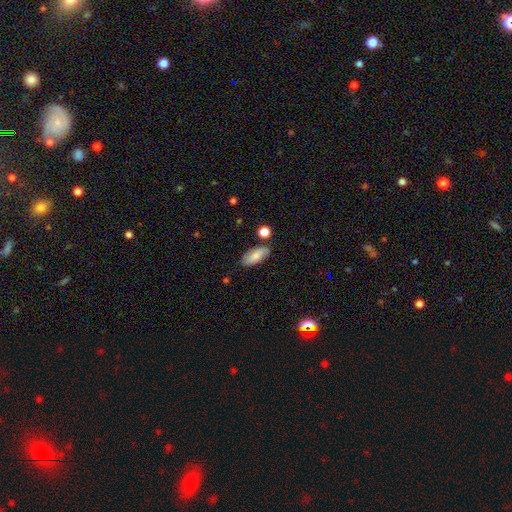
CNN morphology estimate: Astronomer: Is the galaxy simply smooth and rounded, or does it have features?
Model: smooth — 79%.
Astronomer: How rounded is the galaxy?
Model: in between — 86%.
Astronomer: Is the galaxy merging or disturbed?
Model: none — 78%.